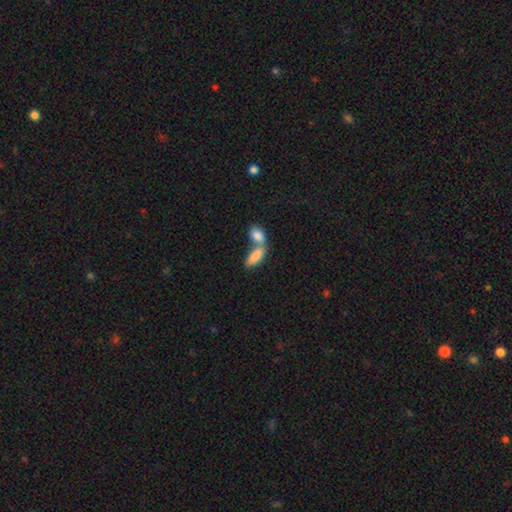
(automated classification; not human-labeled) Smooth or featured: smooth — 85% (featured or disk — 9%)
How rounded: in between — 84% (cigar-shaped — 12%)
Merging: merger — 64% (none — 25%)